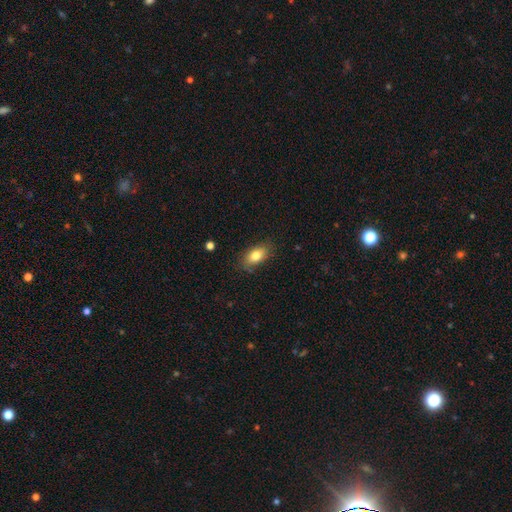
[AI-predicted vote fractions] smooth-or-featured: smooth: 80% | featured or disk: 12% | star or artifact: 8%
  how-rounded: in between: 88% | round: 7% | cigar-shaped: 5%
  merging: none: 81% | minor disturbance: 15% | major disturbance: 3% | merger: 1%